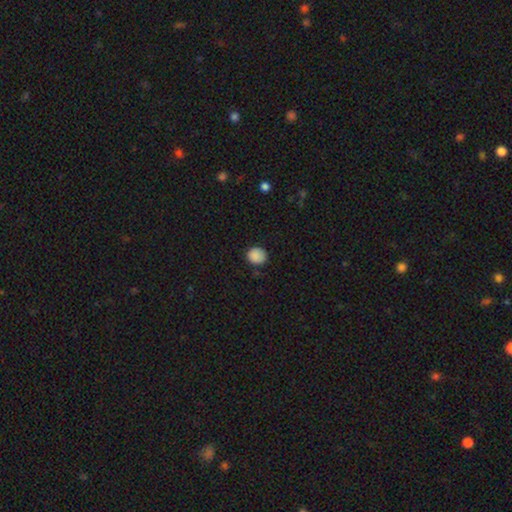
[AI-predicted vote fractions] smooth 88%, star or artifact 9%, featured or disk 3%. Down the decision tree: how rounded — round (85%); merging — none (84%).